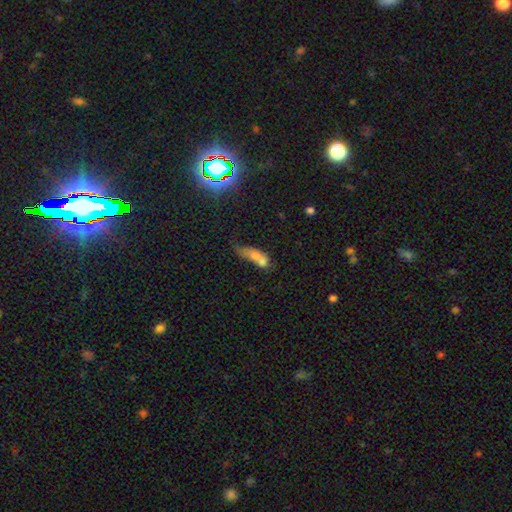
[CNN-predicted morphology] Smooth or featured? Predicted: smooth (p=0.62). How rounded? Predicted: in between (p=0.61). Merging? Predicted: merger (p=0.57).